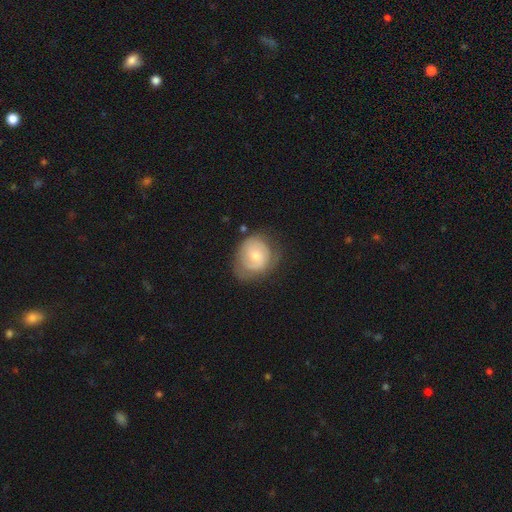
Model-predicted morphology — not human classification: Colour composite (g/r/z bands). It shows a featured or disk galaxy (58%) with no bar (58%), spiral arms (83%) and a small central bulge (47%). Merging: none (63%).